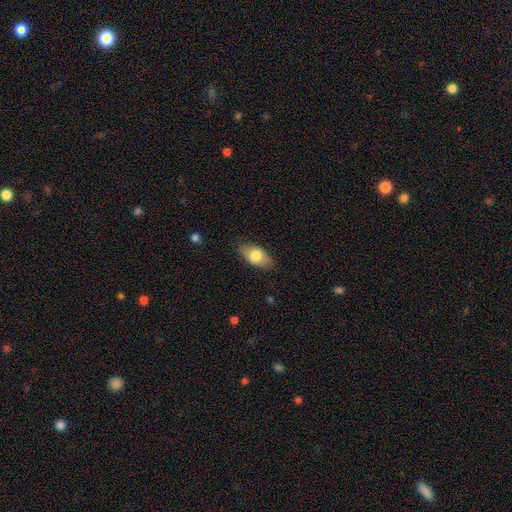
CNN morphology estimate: A smooth galaxy with no disk features (75%) that is in between round and cigar-shaped (91%).

Vote fractions:
- Smooth or featured? smooth: 75% / featured or disk: 18% / star or artifact: 6%
- How rounded? in between: 91% / cigar-shaped: 5% / round: 5%
- Merging? none: 83% / minor disturbance: 13% / major disturbance: 3% / merger: 1%